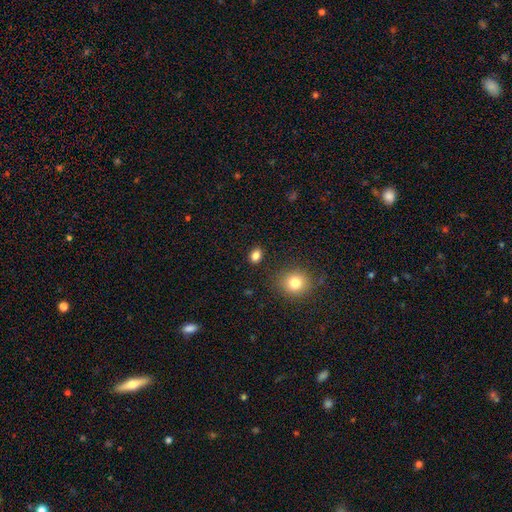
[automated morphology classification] Q: Smooth or featured?
A: smooth (84%); runner-up: star or artifact (12%)
Q: How rounded?
A: in between (65%); runner-up: round (33%)
Q: Merging?
A: none (87%); runner-up: minor disturbance (8%)